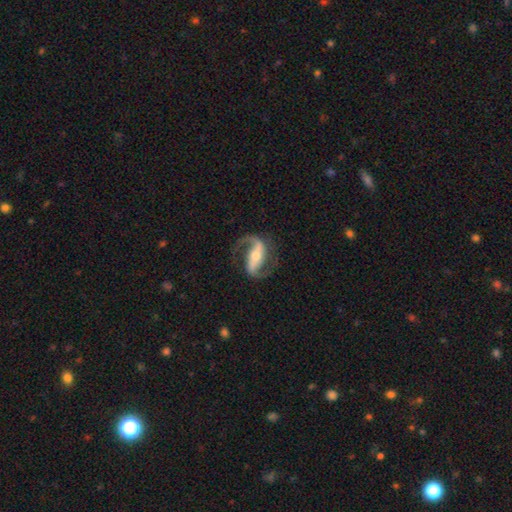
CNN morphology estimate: Overall: featured or disk (89%). Edge-on disk: no (96%). Bar: strong (59%; weak 25%). Spiral arms: yes (97%). Spiral arm count: 2 (90%). Spiral winding: medium (47%; loose 42%). Bulge size: moderate (54%; small 38%). Merging: none (78%).